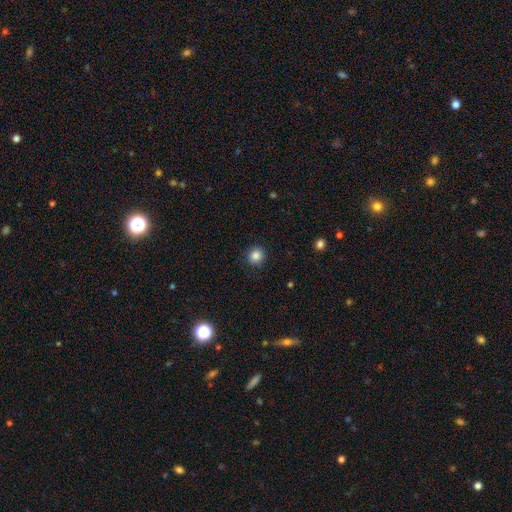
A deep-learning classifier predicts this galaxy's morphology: Q: Smooth or featured?
A: smooth (85%); runner-up: star or artifact (11%)
Q: How rounded?
A: round (91%); runner-up: in between (8%)
Q: Merging?
A: none (91%); runner-up: minor disturbance (6%)